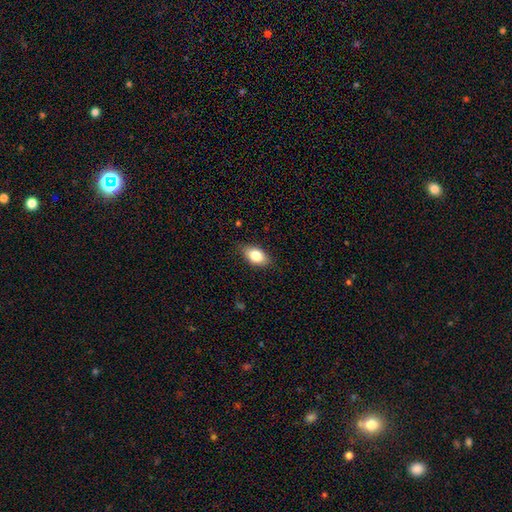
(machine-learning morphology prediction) Smooth or featured? Predicted: smooth (p=0.81). How rounded? Predicted: in between (p=0.89). Merging? Predicted: none (p=0.83).